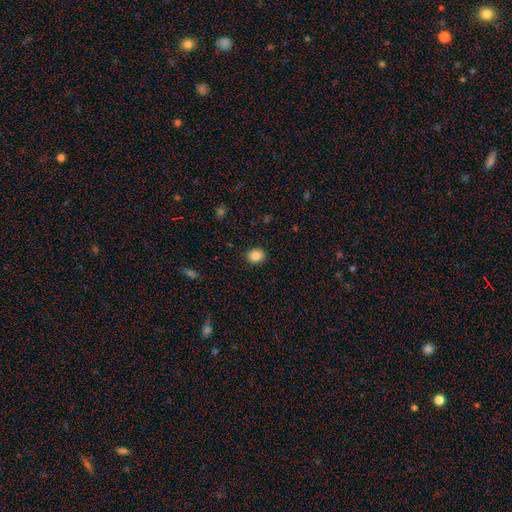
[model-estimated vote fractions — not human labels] A smooth galaxy with no disk features (87%) that is round (57%).

Vote fractions:
- Smooth or featured? smooth: 87% / star or artifact: 9% / featured or disk: 4%
- How rounded? round: 57% / in between: 42% / cigar-shaped: 1%
- Merging? none: 90% / minor disturbance: 7% / major disturbance: 2% / merger: 1%